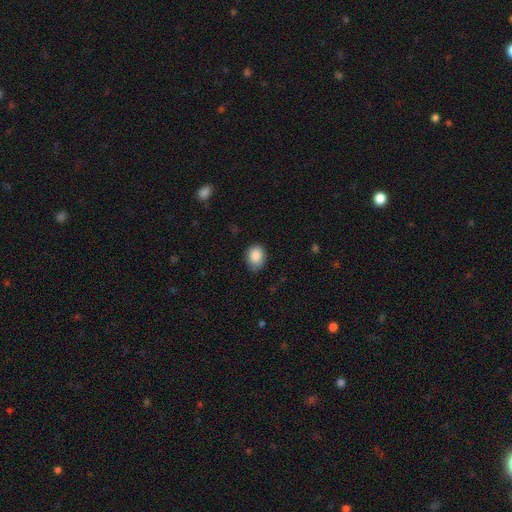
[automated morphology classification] smooth 87%, star or artifact 8%, featured or disk 5%. Down the decision tree: how rounded — in between (59%); merging — none (72%).